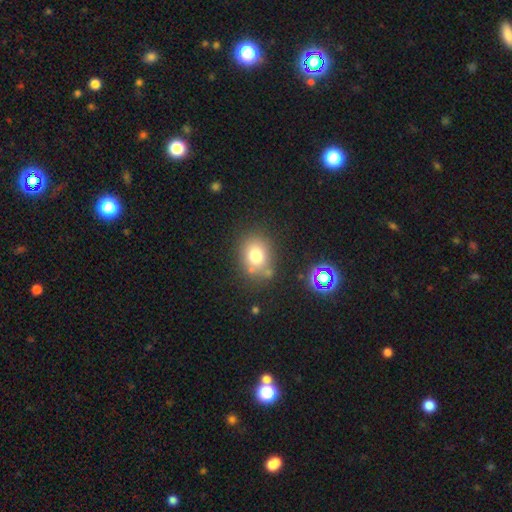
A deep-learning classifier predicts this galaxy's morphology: A smooth galaxy with no disk features (74%) that is round (54%).

Vote fractions:
- Smooth or featured? smooth: 74% / star or artifact: 14% / featured or disk: 11%
- How rounded? round: 54% / in between: 45% / cigar-shaped: 1%
- Merging? none: 72% / minor disturbance: 15% / merger: 8% / major disturbance: 5%